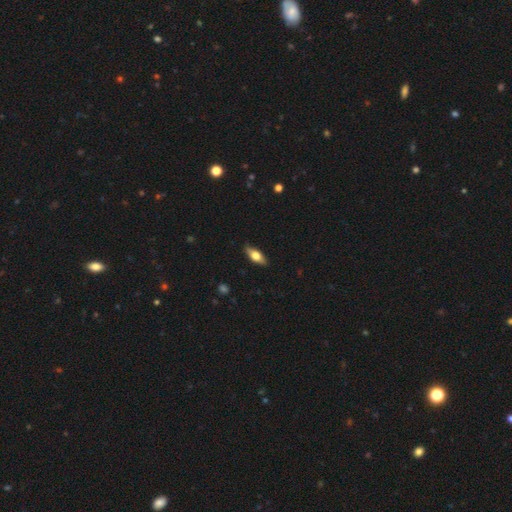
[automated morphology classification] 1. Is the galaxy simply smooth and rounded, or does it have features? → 56% smooth, 37% featured or disk, 6% star or artifact.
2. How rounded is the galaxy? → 70% in between, 27% cigar-shaped, 4% round.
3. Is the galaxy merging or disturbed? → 86% none, 11% minor disturbance, 2% major disturbance, 1% merger.